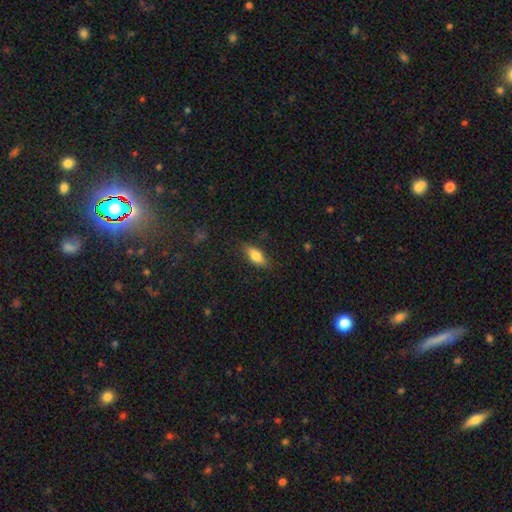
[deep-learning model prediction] A smooth galaxy with no disk features (79%) that is in between round and cigar-shaped (81%).

Vote fractions:
- Smooth or featured? smooth: 79% / featured or disk: 14% / star or artifact: 7%
- How rounded? in between: 81% / cigar-shaped: 15% / round: 3%
- Merging? none: 82% / minor disturbance: 13% / major disturbance: 3% / merger: 1%